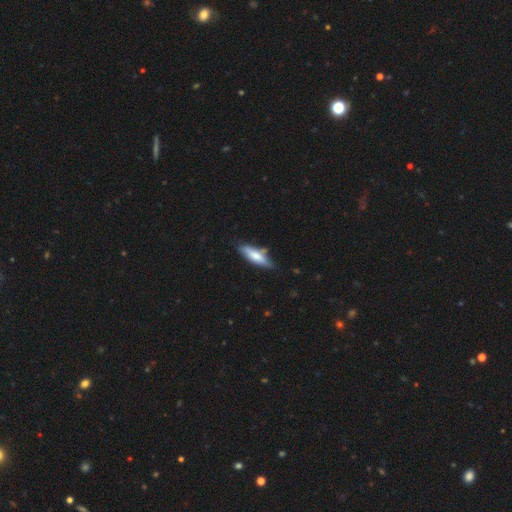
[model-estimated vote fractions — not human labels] Q: Smooth or featured?
A: smooth (67%); runner-up: featured or disk (27%)
Q: How rounded?
A: cigar-shaped (56%); runner-up: in between (42%)
Q: Merging?
A: none (70%); runner-up: minor disturbance (21%)